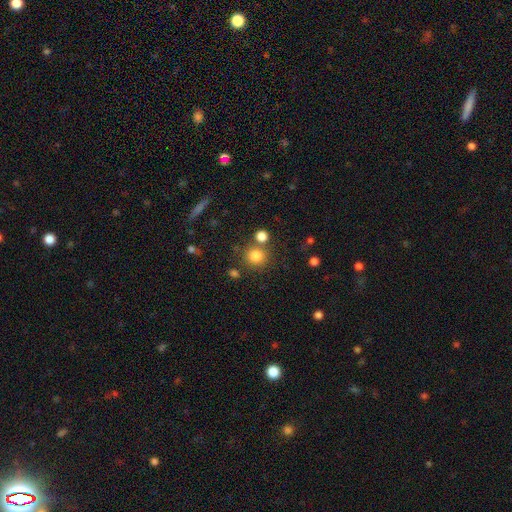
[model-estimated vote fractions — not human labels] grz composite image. It shows a smooth galaxy with no disk features (82%) that is round (91%). Merging: none (73%).